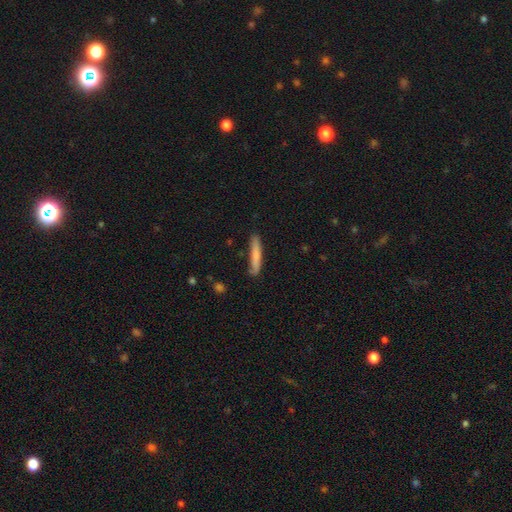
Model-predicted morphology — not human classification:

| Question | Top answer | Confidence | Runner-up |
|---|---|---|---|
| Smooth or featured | smooth | 75% | featured or disk (19%) |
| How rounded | cigar-shaped | 93% | in between (6%) |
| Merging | none | 80% | minor disturbance (15%) |